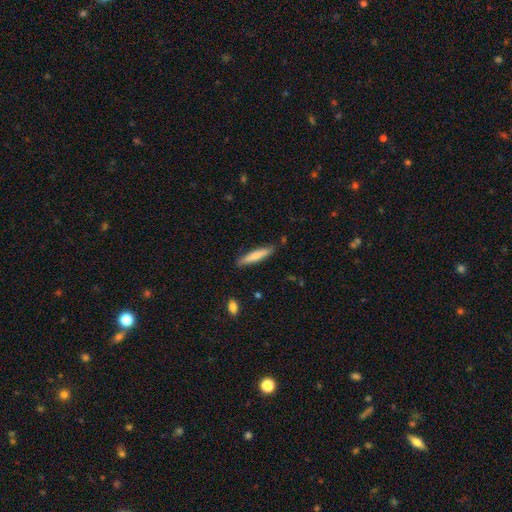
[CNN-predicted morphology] A smooth galaxy with no disk features (71%) that is cigar-shaped (86%). Merging: none (86%).